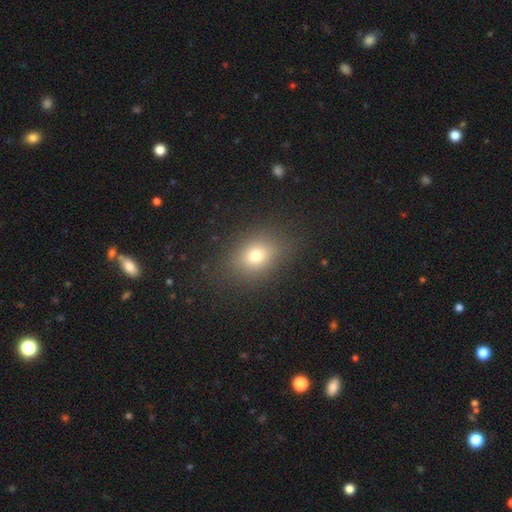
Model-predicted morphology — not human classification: The model was most divided on "how rounded": in between: 68%, round: 30%, cigar-shaped: 2%. More confident: merging — none (85%); smooth or featured — smooth (74%).